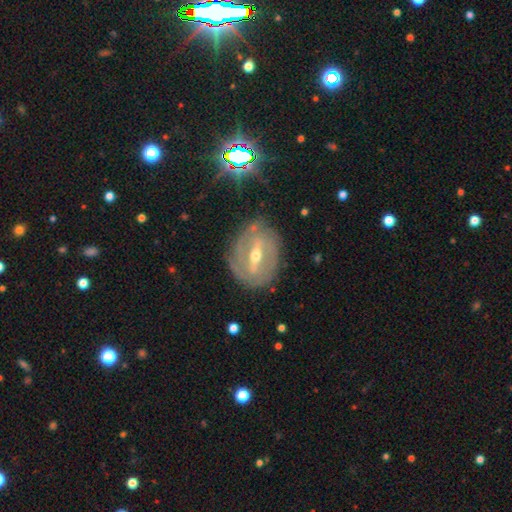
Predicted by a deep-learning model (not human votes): This appears to be a featured or disk galaxy (83%) with a strong bar (62%), 2 (47%) tight (64%) spiral arms (75%) and a moderate central bulge (62%). Merging: none (77%).